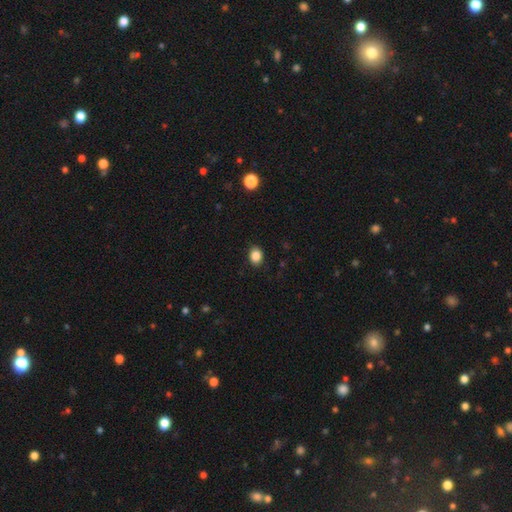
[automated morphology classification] A smooth galaxy with no disk features (87%) that is in between round and cigar-shaped (53%). Merging: none (88%).